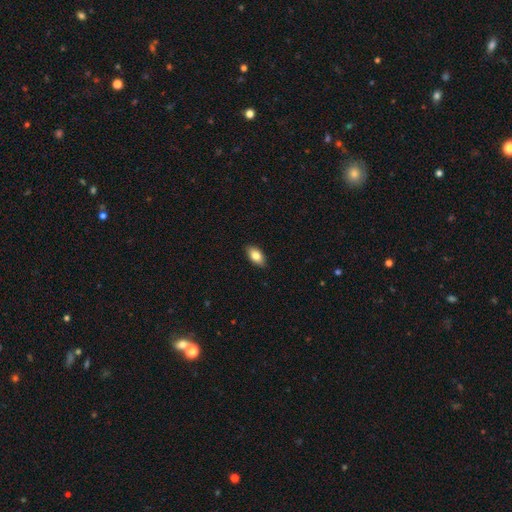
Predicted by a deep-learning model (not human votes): The model was most divided on "smooth or featured": smooth: 81%, featured or disk: 12%, star or artifact: 7%. More confident: how rounded — in between (91%); merging — none (88%).